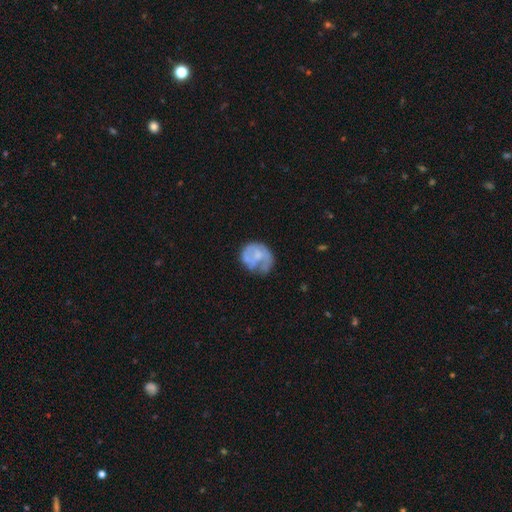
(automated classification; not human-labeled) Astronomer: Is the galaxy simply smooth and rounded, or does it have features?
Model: featured or disk — 47% (runner-up: smooth, 45%).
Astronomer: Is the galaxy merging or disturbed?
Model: none — 41% (runner-up: minor disturbance, 29%).